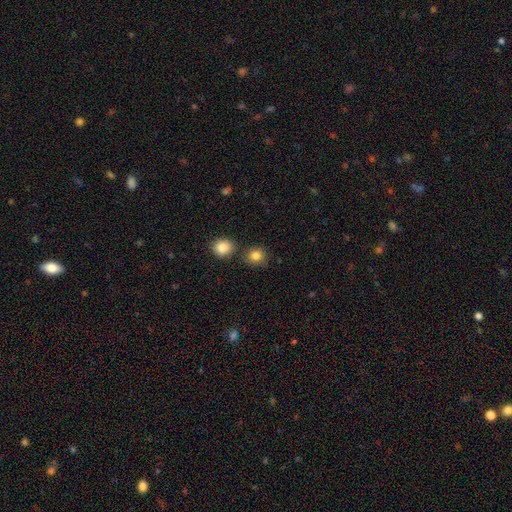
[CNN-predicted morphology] Smooth or featured?
  - smooth: 84% *
  - star or artifact: 10%
  - featured or disk: 5%
How rounded?
  - round: 82% *
  - in between: 17%
  - cigar-shaped: 1%
Merging?
  - none: 76% *
  - minor disturbance: 11%
  - merger: 10%
  - major disturbance: 3%